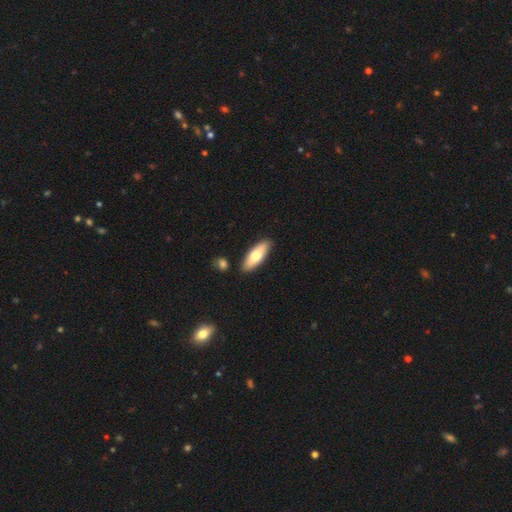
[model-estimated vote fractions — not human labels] The model was most divided on "how rounded": in between: 67%, cigar-shaped: 31%, round: 2%. More confident: merging — none (86%); smooth or featured — smooth (68%).